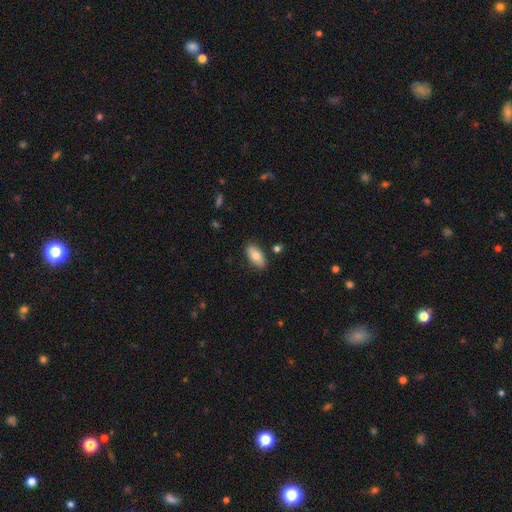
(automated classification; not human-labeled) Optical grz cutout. It shows a smooth galaxy with no disk features (77%) that is in between round and cigar-shaped (89%). Merging: none (85%).